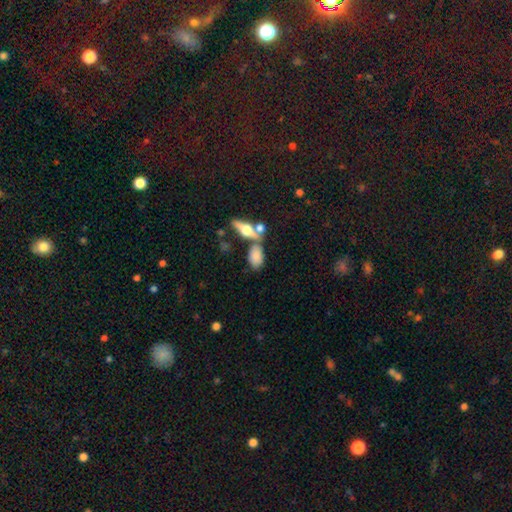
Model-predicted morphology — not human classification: Smooth or featured?
  - smooth: 70% *
  - featured or disk: 22%
  - star or artifact: 8%
How rounded?
  - in between: 84% *
  - cigar-shaped: 10%
  - round: 6%
Merging?
  - none: 53% *
  - merger: 26%
  - minor disturbance: 15%
  - major disturbance: 6%